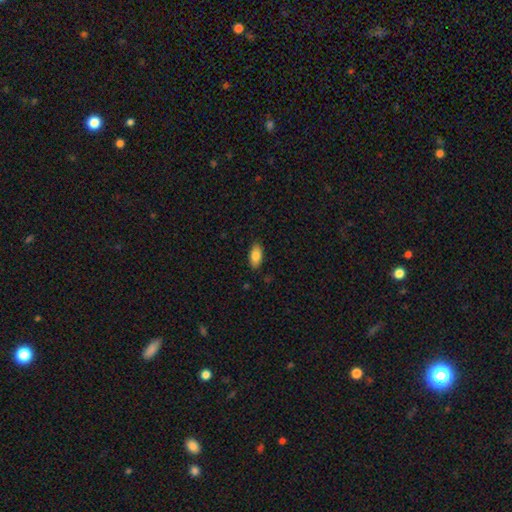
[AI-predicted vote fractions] Q: Smooth or featured?
A: smooth (84%); runner-up: featured or disk (9%)
Q: How rounded?
A: in between (92%); runner-up: cigar-shaped (5%)
Q: Merging?
A: none (87%); runner-up: minor disturbance (10%)